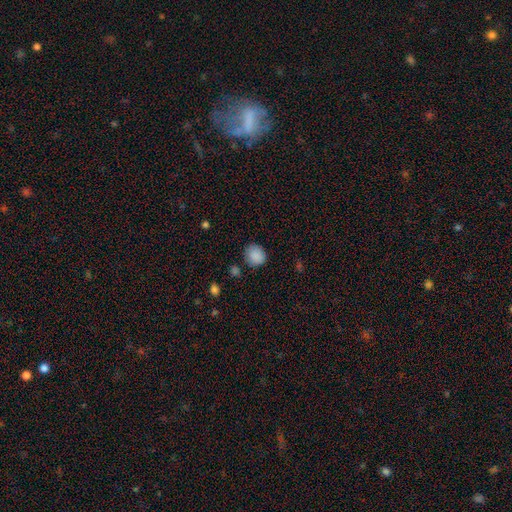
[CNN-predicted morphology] Smooth or featured: smooth — 88% (star or artifact — 9%)
How rounded: round — 80% (in between — 19%)
Merging: none — 82% (minor disturbance — 12%)